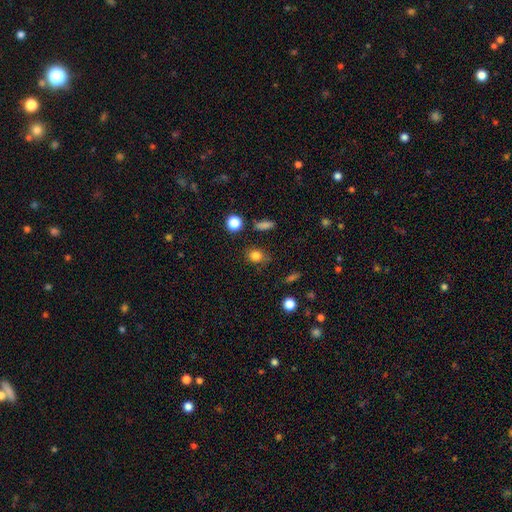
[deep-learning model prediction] This is clearly a smooth galaxy (82%). How rounded: possibly round (58%). Merging: likely none (77%).